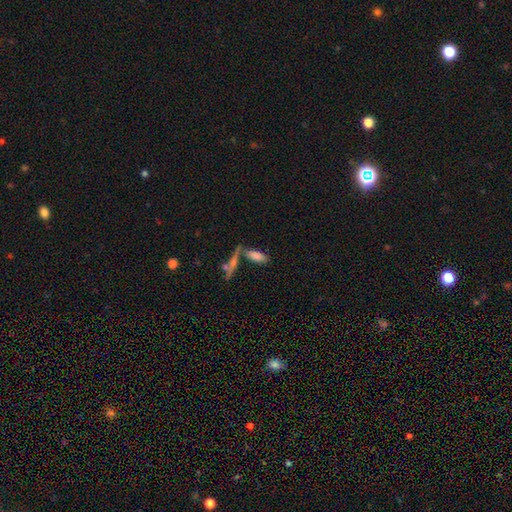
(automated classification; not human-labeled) This appears to be a smooth galaxy with no disk features (78%) that is in between round and cigar-shaped (64%). Merging: none (52%).